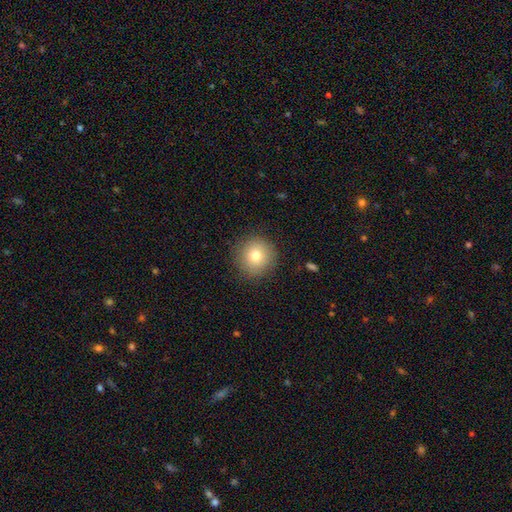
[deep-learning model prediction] smooth-or-featured: smooth: 77% | featured or disk: 12% | star or artifact: 12%
  how-rounded: round: 94% | in between: 5% | cigar-shaped: 1%
  merging: none: 89% | minor disturbance: 8% | major disturbance: 3% | merger: 1%